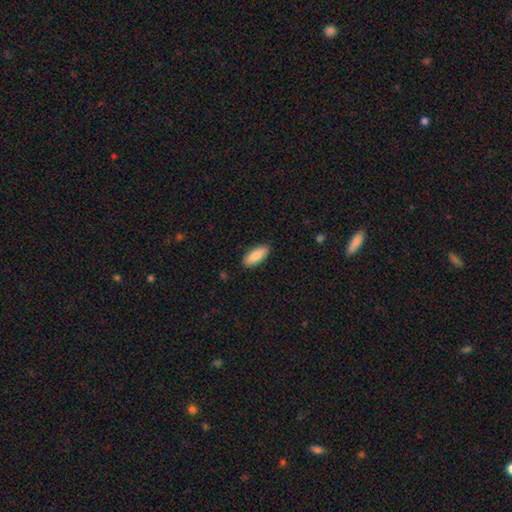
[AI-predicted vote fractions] Smooth or featured? smooth (87%)
How rounded? in between (80%)
Merging? none (89%)